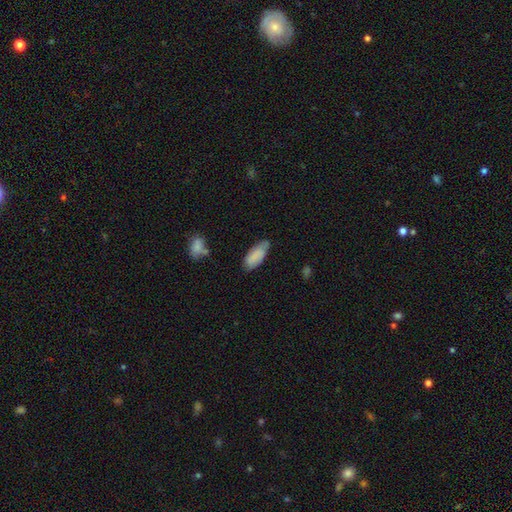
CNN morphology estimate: The model was most divided on "merging": none: 62%, minor disturbance: 30%, major disturbance: 5%, merger: 3%. More confident: how rounded — in between (84%); smooth or featured — smooth (83%).